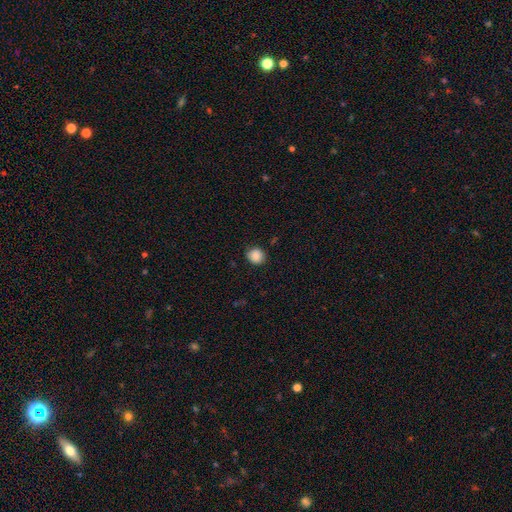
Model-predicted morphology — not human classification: Smooth or featured? smooth (88%)
How rounded? round (81%)
Merging? none (86%)